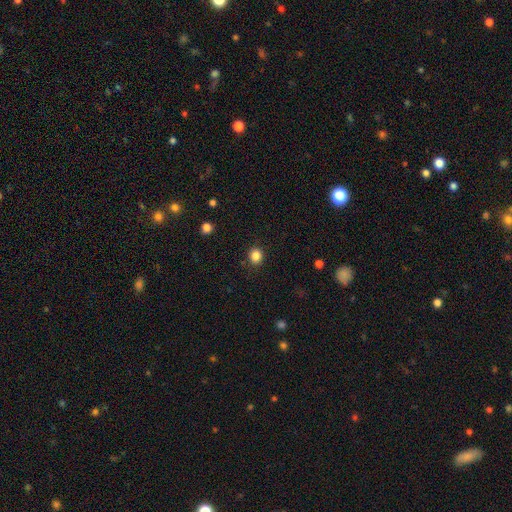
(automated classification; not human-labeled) Morphology: type=smooth (85%); roundness=round (84%); merging=none (90%).